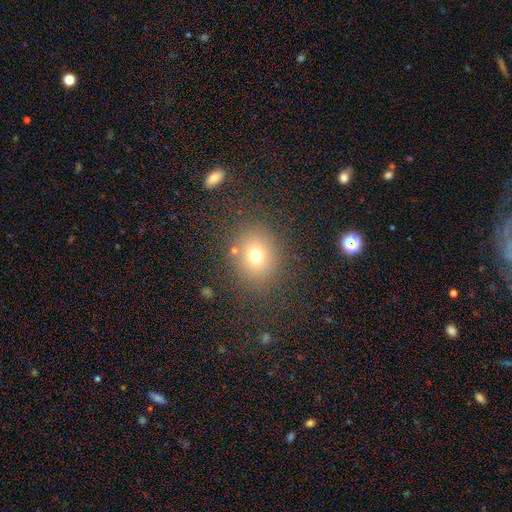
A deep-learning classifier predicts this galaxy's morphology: This is likely a smooth galaxy (72%). How rounded: possibly round (60%). Merging: clearly none (82%).